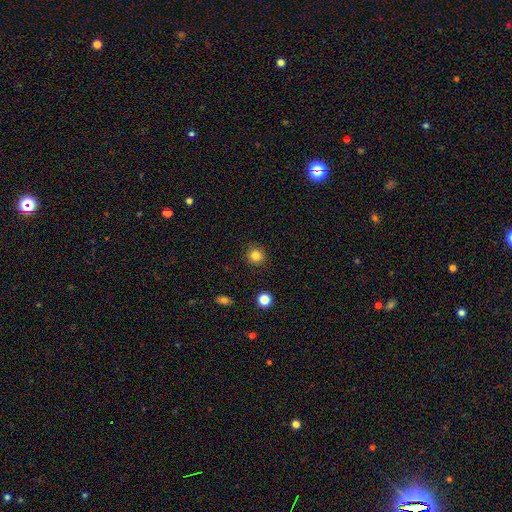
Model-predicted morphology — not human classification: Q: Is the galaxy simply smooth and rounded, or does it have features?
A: smooth — 83%.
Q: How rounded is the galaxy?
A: round — 91%.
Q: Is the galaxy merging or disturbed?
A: none — 90%.